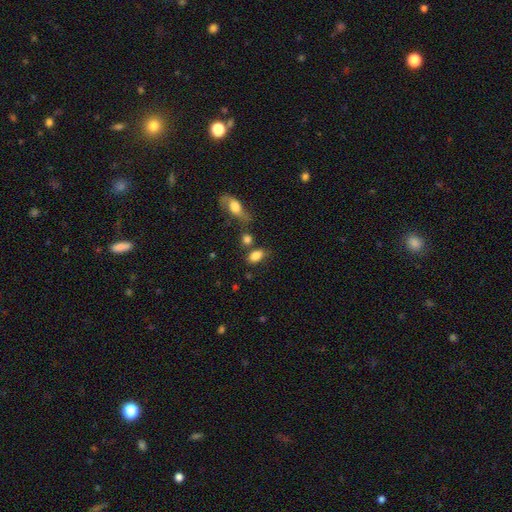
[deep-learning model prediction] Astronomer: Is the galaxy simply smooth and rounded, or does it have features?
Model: smooth — 84%.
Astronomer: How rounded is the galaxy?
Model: in between — 86%.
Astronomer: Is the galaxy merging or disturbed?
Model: none — 63%.